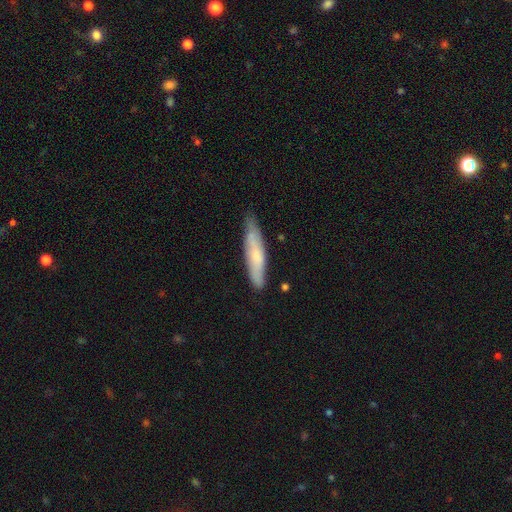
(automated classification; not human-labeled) Q: Smooth or featured?
A: smooth (61%); runner-up: featured or disk (33%)
Q: How rounded?
A: cigar-shaped (84%); runner-up: in between (15%)
Q: Merging?
A: none (74%); runner-up: minor disturbance (21%)